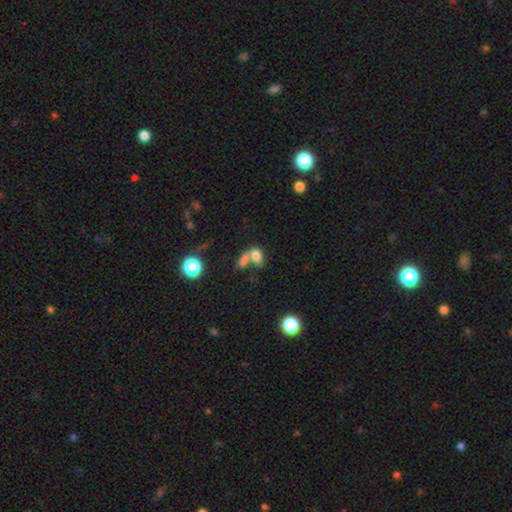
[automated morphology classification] Smooth or featured: smooth — 73% (featured or disk — 14%)
How rounded: in between — 77% (round — 19%)
Merging: merger — 62% (none — 21%)